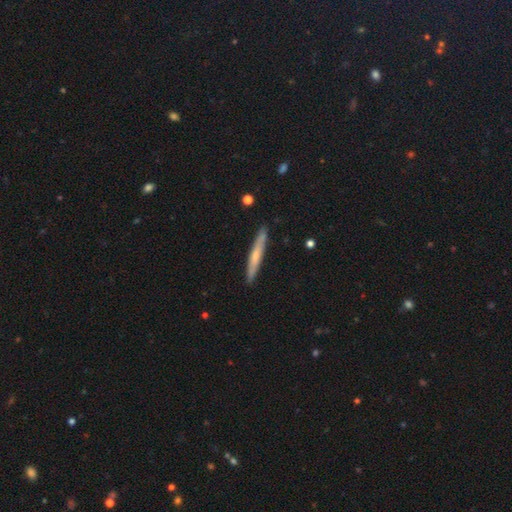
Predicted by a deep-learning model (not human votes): This is possibly a smooth galaxy (54%). How rounded: clearly cigar-shaped (95%). Merging: clearly none (89%).